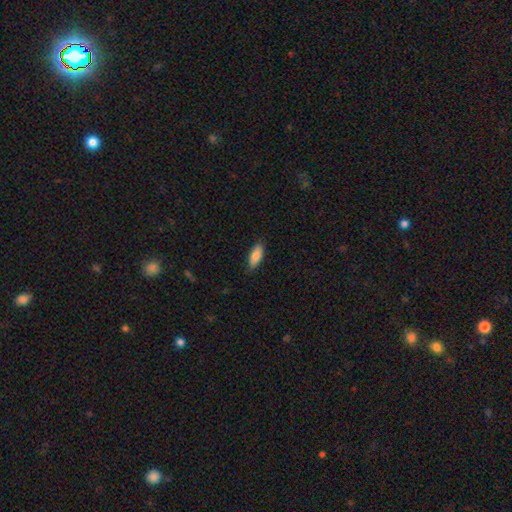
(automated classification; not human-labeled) Smooth or featured? Predicted: smooth (p=0.85). How rounded? Predicted: in between (p=0.74). Merging? Predicted: none (p=0.84).